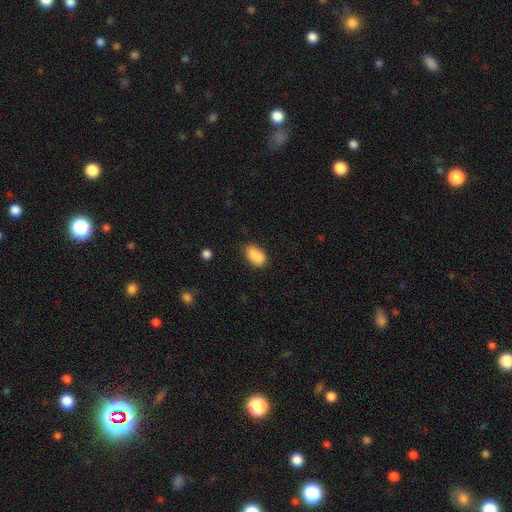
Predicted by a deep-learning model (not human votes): A smooth galaxy with no disk features (83%) that is in between round and cigar-shaped (89%). Merging: none (57%).